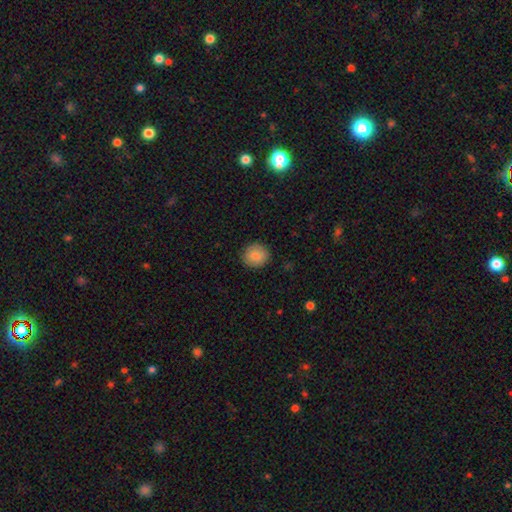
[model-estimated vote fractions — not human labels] Q: Smooth or featured?
A: smooth (85%); runner-up: star or artifact (8%)
Q: How rounded?
A: round (86%); runner-up: in between (13%)
Q: Merging?
A: none (89%); runner-up: minor disturbance (8%)